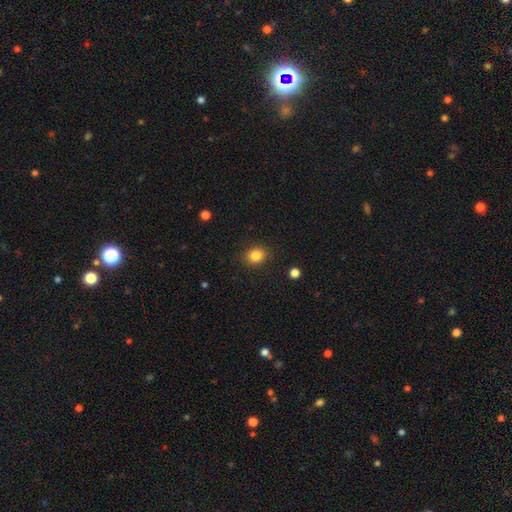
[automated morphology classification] The model was most divided on "how rounded": round: 64%, in between: 35%, cigar-shaped: 1%. More confident: merging — none (88%); smooth or featured — smooth (84%).